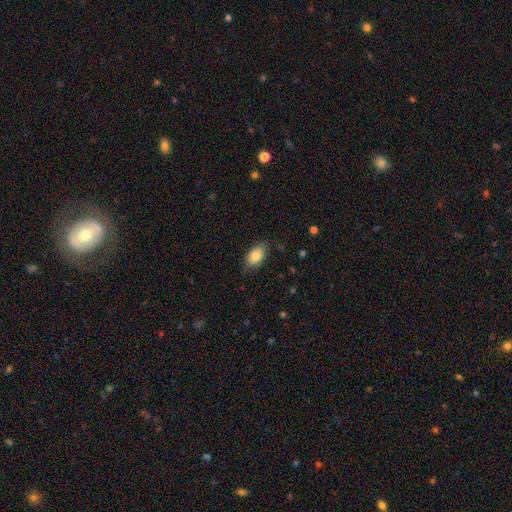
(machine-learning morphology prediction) smooth 83%, featured or disk 10%, star or artifact 7%. Down the decision tree: how rounded — in between (90%); merging — none (81%).